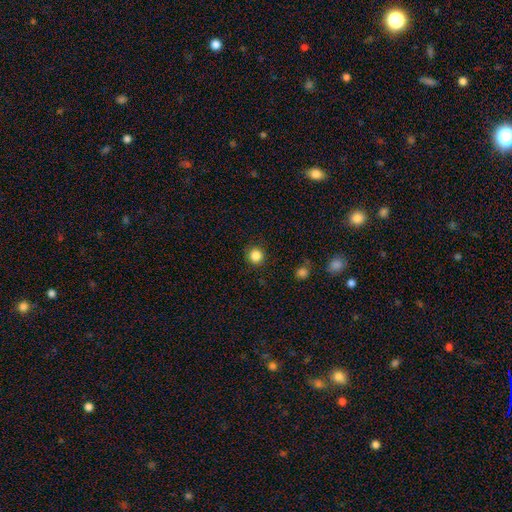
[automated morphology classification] Smooth or featured? smooth (85%)
How rounded? round (94%)
Merging? none (89%)